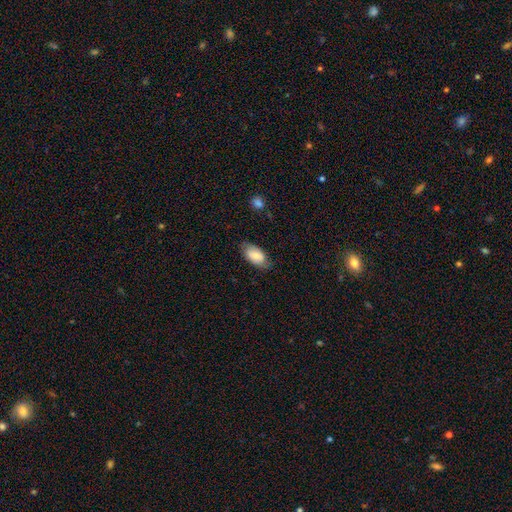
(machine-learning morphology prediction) smooth-or-featured: smooth: 75% | featured or disk: 18% | star or artifact: 7%
  how-rounded: in between: 94% | round: 3% | cigar-shaped: 3%
  merging: none: 76% | minor disturbance: 19% | major disturbance: 4% | merger: 1%